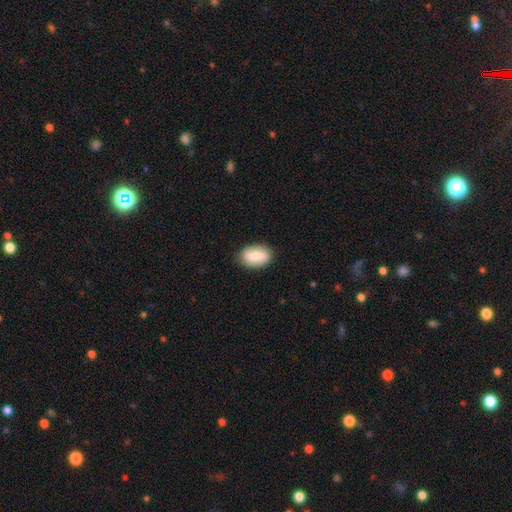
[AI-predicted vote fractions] The model was most divided on "smooth or featured": smooth: 71%, featured or disk: 22%, star or artifact: 6%. More confident: how rounded — in between (85%); merging — none (84%).